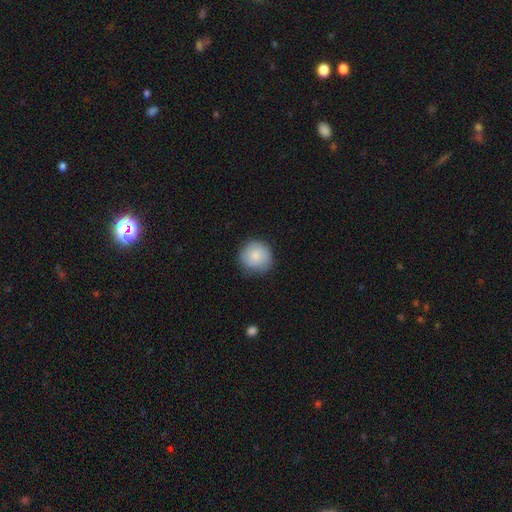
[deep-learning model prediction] Smooth or featured?
  - smooth: 82% *
  - featured or disk: 11%
  - star or artifact: 7%
How rounded?
  - round: 93% *
  - in between: 6%
  - cigar-shaped: 1%
Merging?
  - none: 82% *
  - minor disturbance: 14%
  - major disturbance: 3%
  - merger: 1%